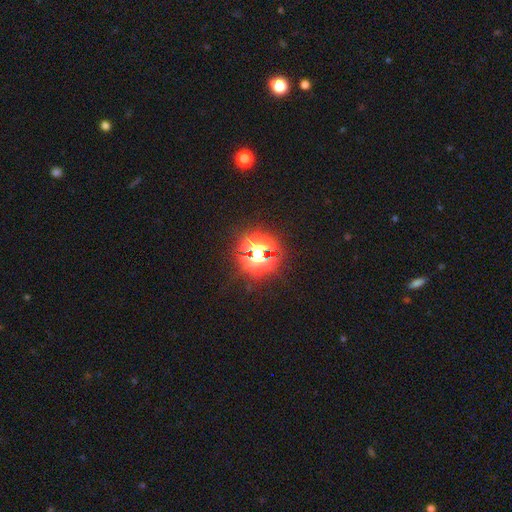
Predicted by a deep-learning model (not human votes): Morphology: type=star or artifact (66%).